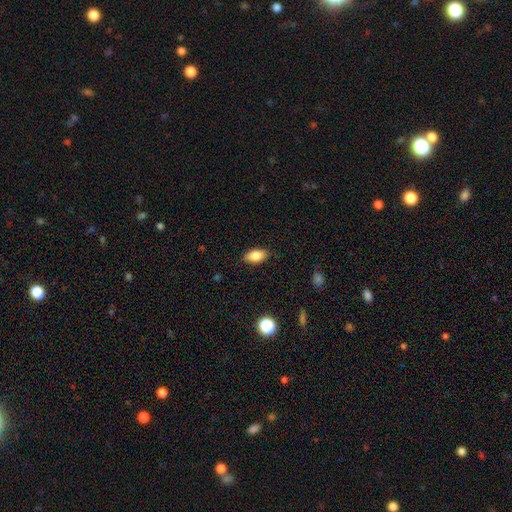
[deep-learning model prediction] smooth 82%, featured or disk 10%, star or artifact 8%. Down the decision tree: how rounded — in between (89%); merging — none (86%).